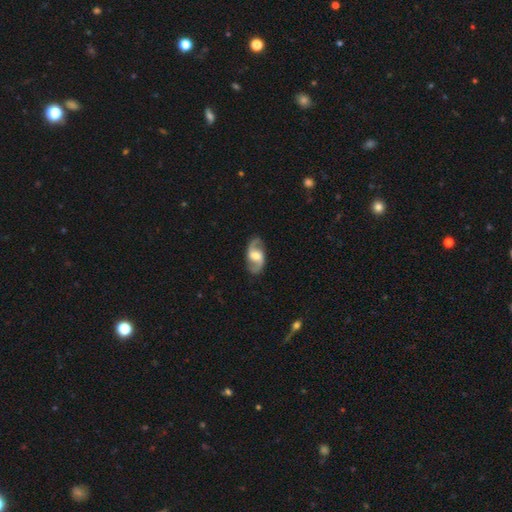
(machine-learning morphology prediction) This is clearly a featured or disk galaxy (86%). It is clearly not viewed edge-on (97%). Bar: possibly weak (48%). Spiral arm pattern: clearly yes (96%). Spiral arm count: clearly 2 (94%). Spiral winding: possibly medium (49%). Central bulge: possibly moderate (59%). Merging: clearly none (86%).